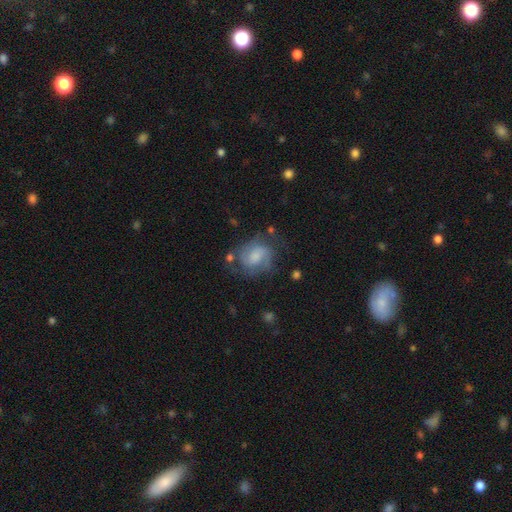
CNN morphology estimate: Q: Smooth or featured?
A: featured or disk (63%); runner-up: smooth (29%)
Q: Edge-on disk?
A: no (97%); runner-up: yes (3%)
Q: Bar?
A: no (49%); runner-up: weak (42%)
Q: Spiral arms?
A: yes (88%); runner-up: no (12%)
Q: Spiral winding?
A: medium (49%); runner-up: tight (33%)
Q: Spiral arm count?
A: 2 (65%); runner-up: can't tell (17%)
Q: Bulge size?
A: moderate (33%); runner-up: small (26%)
Q: Merging?
A: none (58%); runner-up: minor disturbance (22%)